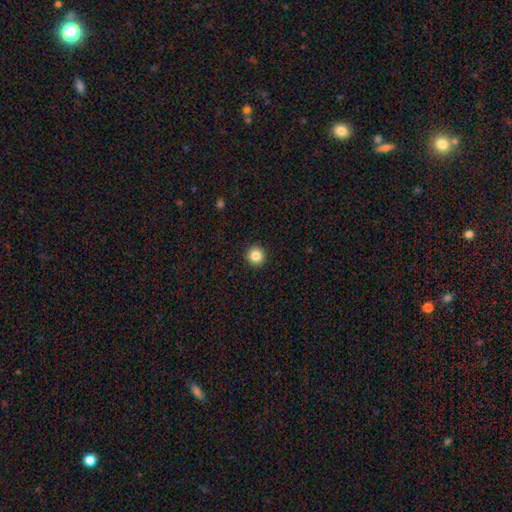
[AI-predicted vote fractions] This appears to be a smooth galaxy with no disk features (85%) that is round (95%). Merging: none (94%).